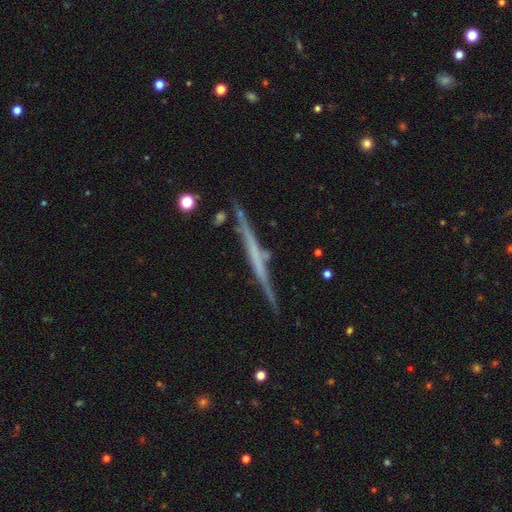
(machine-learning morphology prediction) Smooth or featured? featured or disk (67%)
Edge-on disk? yes (97%)
Edge-on bulge? none (82%)
Merging? none (85%)